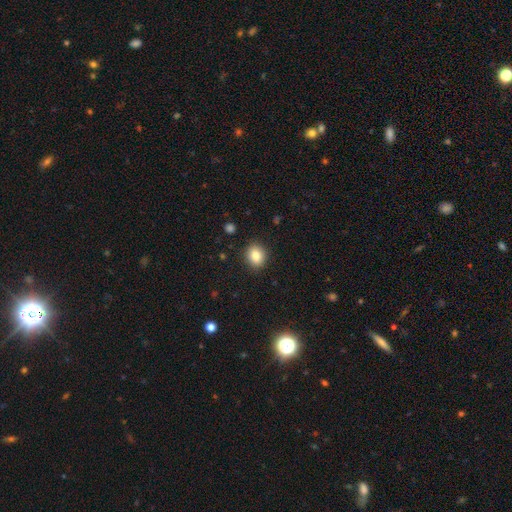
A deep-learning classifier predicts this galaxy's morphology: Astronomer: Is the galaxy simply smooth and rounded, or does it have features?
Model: smooth — 83%.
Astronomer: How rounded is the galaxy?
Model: round — 67%.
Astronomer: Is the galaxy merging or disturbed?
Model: none — 89%.